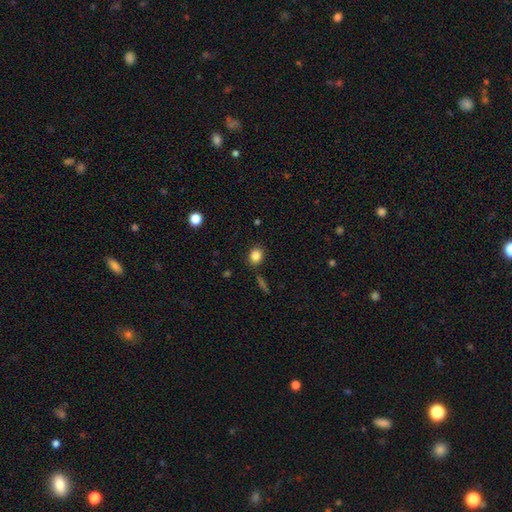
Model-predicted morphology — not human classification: Smooth or featured: smooth — 84% (star or artifact — 10%)
How rounded: round — 64% (in between — 35%)
Merging: none — 85% (minor disturbance — 9%)